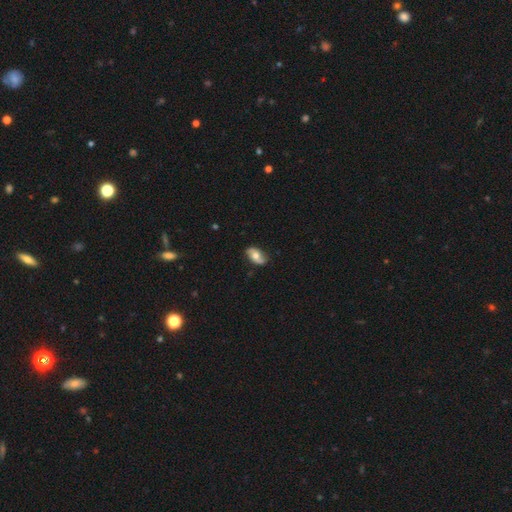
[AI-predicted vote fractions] A featured or disk galaxy (48%). Merging: none (79%).